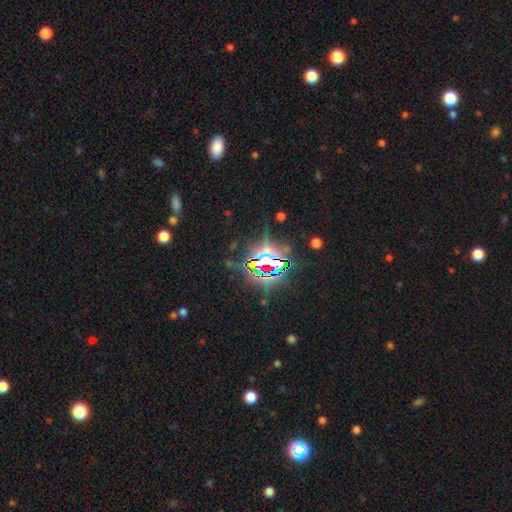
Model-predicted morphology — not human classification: A star or artifact, not a galaxy (82%).